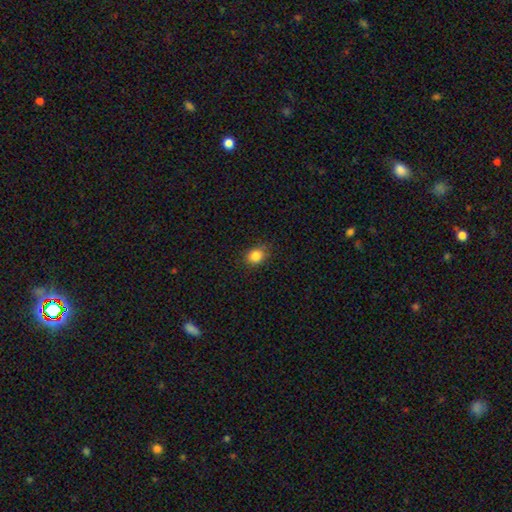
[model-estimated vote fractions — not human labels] A smooth galaxy with no disk features (85%) that is round (62%).

Vote fractions:
- Smooth or featured? smooth: 85% / star or artifact: 11% / featured or disk: 4%
- How rounded? round: 62% / in between: 37% / cigar-shaped: 1%
- Merging? none: 82% / minor disturbance: 14% / major disturbance: 3% / merger: 1%